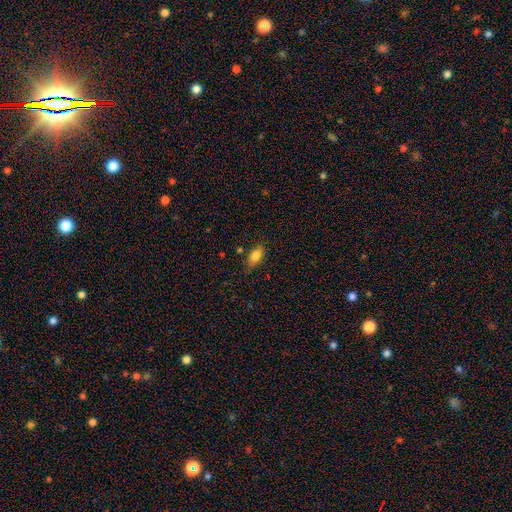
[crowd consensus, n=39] Overall: smooth (85%). How rounded: in between (88%). Merging: none (78%).